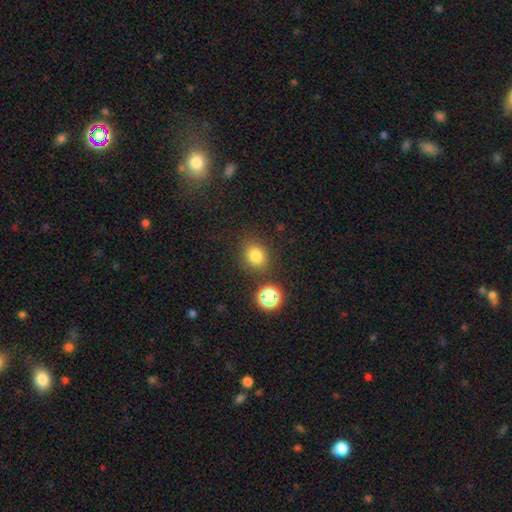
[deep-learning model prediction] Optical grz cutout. It shows a smooth galaxy with no disk features (78%) that is round (75%). Merging: none (80%).